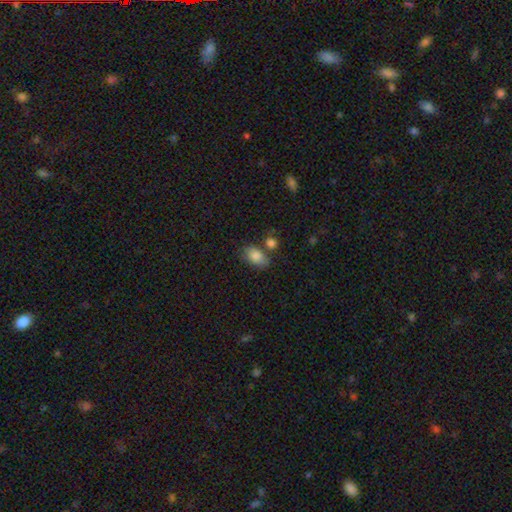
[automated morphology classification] smooth_or_featured: smooth (p=0.83) [alt: featured or disk p=0.09]
how_rounded: in between (p=0.87) [alt: round p=0.11]
merging: none (p=0.61) [alt: minor disturbance p=0.19]